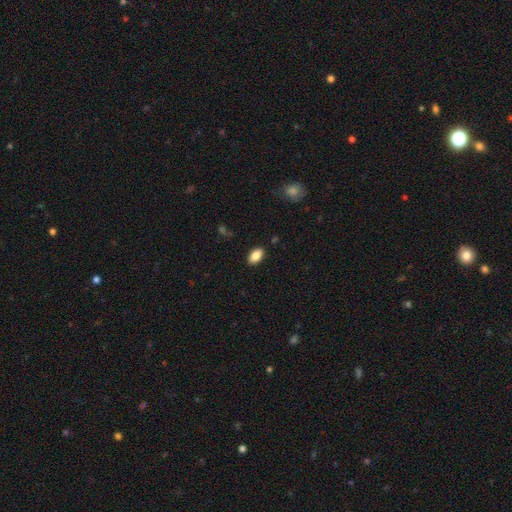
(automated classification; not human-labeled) This appears to be a smooth galaxy with no disk features (86%) that is in between round and cigar-shaped (92%). Merging: none (88%).